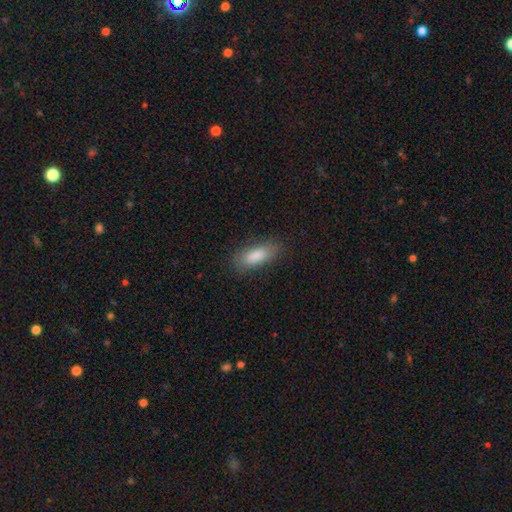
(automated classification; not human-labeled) Q: Smooth or featured?
A: smooth (85%); runner-up: featured or disk (8%)
Q: How rounded?
A: in between (72%); runner-up: cigar-shaped (25%)
Q: Merging?
A: none (83%); runner-up: minor disturbance (13%)